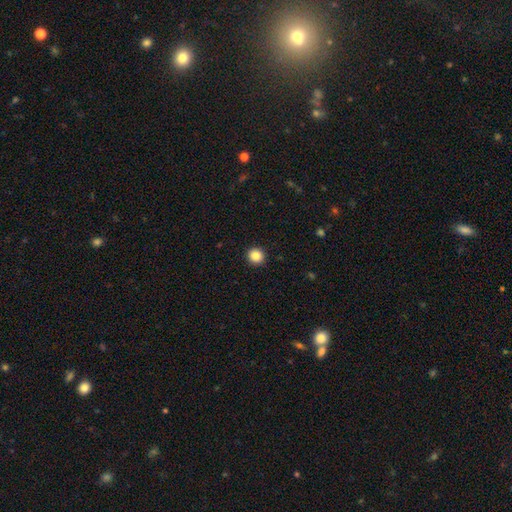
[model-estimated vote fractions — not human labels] Smooth or featured?
  - smooth: 86% *
  - star or artifact: 10%
  - featured or disk: 4%
How rounded?
  - round: 92% *
  - in between: 7%
  - cigar-shaped: 1%
Merging?
  - none: 93% *
  - minor disturbance: 4%
  - major disturbance: 2%
  - merger: 1%